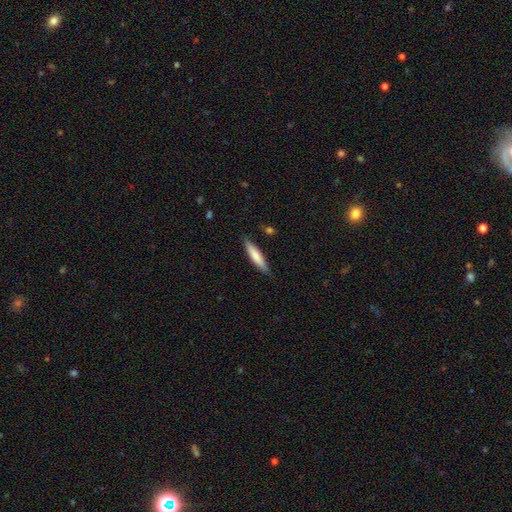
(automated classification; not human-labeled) Smooth or featured?
  - smooth: 74% *
  - featured or disk: 20%
  - star or artifact: 5%
How rounded?
  - cigar-shaped: 83% *
  - in between: 16%
  - round: 1%
Merging?
  - none: 85% *
  - minor disturbance: 11%
  - major disturbance: 2%
  - merger: 1%